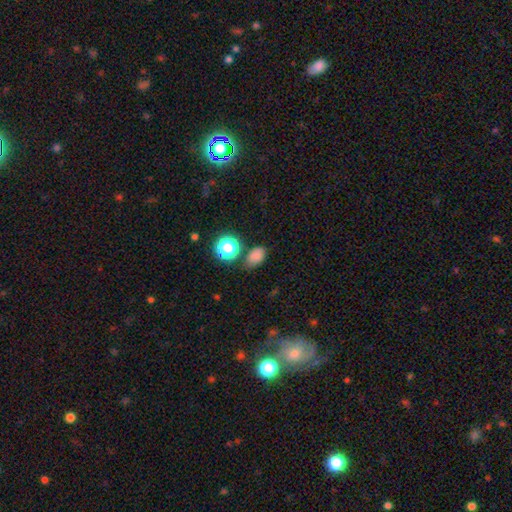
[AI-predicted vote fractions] A smooth galaxy with no disk features (78%) that is in between round and cigar-shaped (74%). Merging: none (72%).